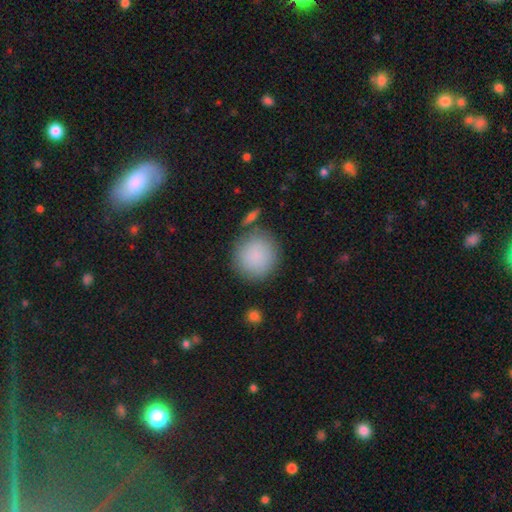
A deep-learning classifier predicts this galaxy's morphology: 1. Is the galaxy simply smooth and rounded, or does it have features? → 88% smooth, 7% star or artifact, 5% featured or disk.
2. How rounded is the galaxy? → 92% round, 7% in between, 1% cigar-shaped.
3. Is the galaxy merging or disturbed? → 79% none, 11% minor disturbance, 5% merger, 4% major disturbance.